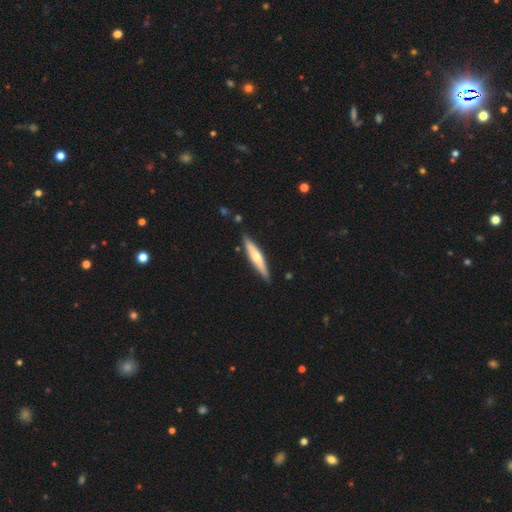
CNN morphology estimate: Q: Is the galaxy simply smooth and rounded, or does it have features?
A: featured or disk — 54%.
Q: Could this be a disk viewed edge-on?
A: yes — 95%.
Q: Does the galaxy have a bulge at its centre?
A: rounded — 84%.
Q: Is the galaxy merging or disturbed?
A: none — 88%.